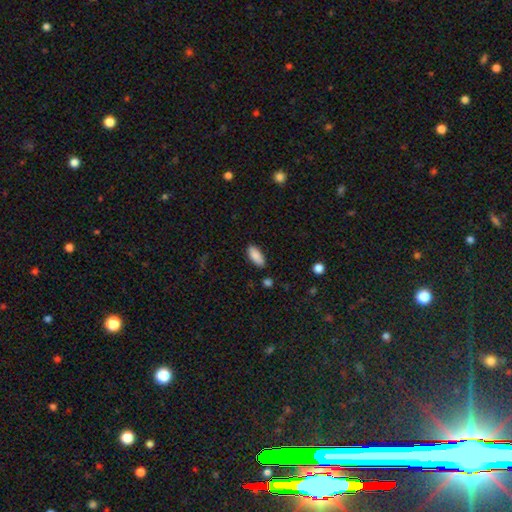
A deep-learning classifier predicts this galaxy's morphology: This appears to be a smooth galaxy with no disk features (89%) that is in between round and cigar-shaped (85%). Merging: none (85%).